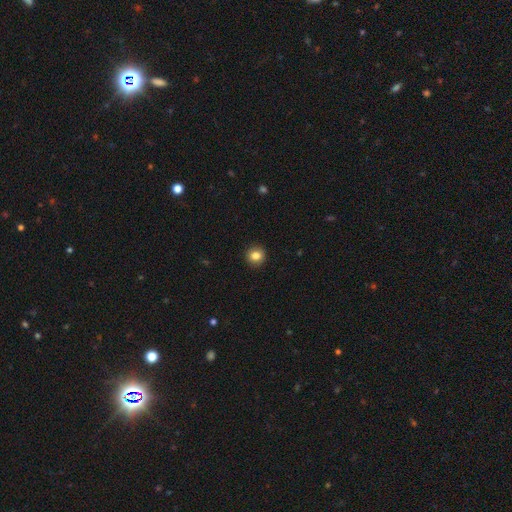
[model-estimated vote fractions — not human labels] The model was most divided on "smooth or featured": smooth: 84%, star or artifact: 10%, featured or disk: 6%. More confident: merging — none (92%); how rounded — round (89%).